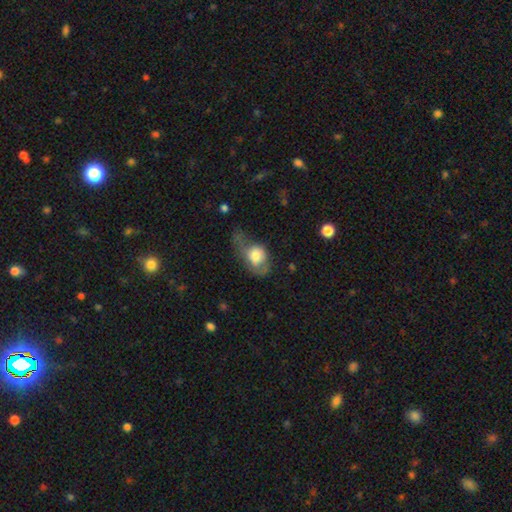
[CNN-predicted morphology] smooth 65%, featured or disk 28%, star or artifact 8%. Down the decision tree: how rounded — in between (66%); merging — major disturbance (51%).